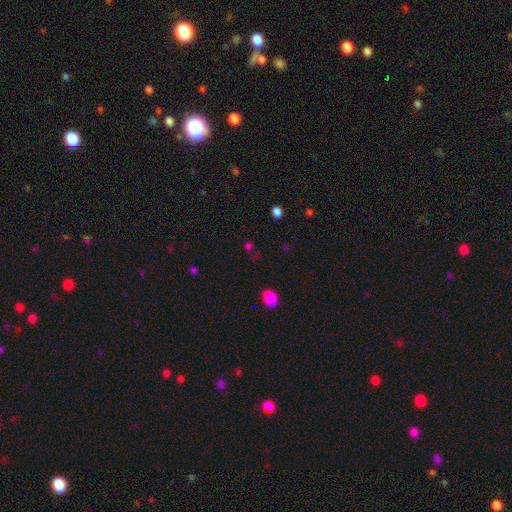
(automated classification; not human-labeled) Morphology: type=smooth (57%); roundness=round (63%); merging=none (71%).